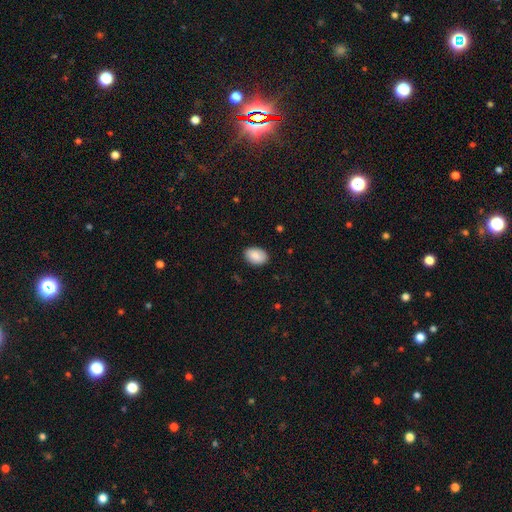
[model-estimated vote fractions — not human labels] This appears to be a smooth galaxy with no disk features (89%) that is in between round and cigar-shaped (86%). Merging: none (86%).